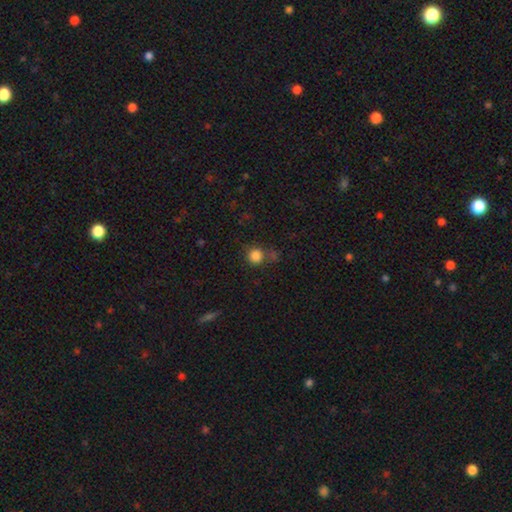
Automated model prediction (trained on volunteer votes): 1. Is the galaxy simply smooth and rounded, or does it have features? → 84% smooth, 12% star or artifact, 5% featured or disk.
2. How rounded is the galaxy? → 91% round, 8% in between, 1% cigar-shaped.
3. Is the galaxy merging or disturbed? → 67% none, 14% merger, 13% minor disturbance, 6% major disturbance.